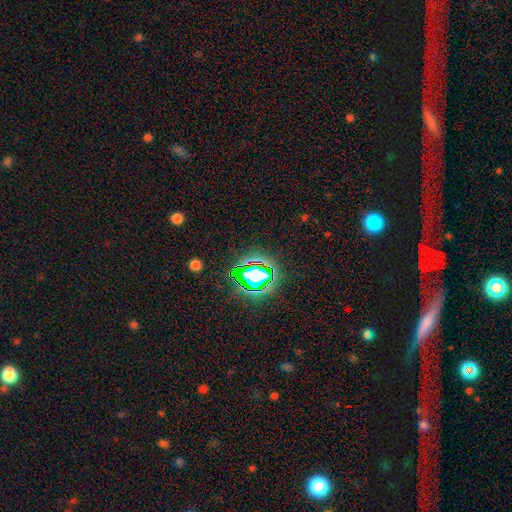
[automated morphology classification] Overall: star or artifact (76%).